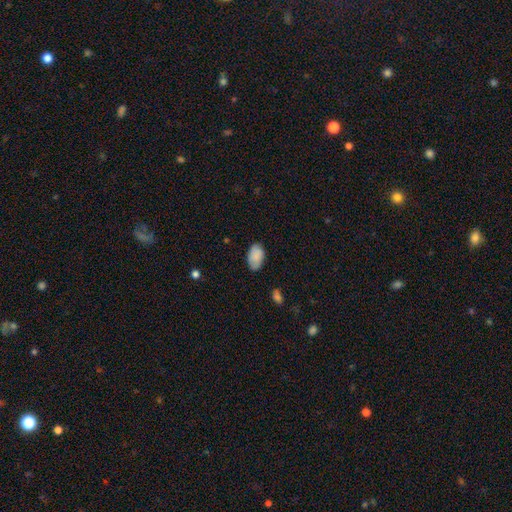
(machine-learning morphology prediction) Q: Smooth or featured?
A: smooth (87%); runner-up: star or artifact (7%)
Q: How rounded?
A: in between (93%); runner-up: round (6%)
Q: Merging?
A: none (77%); runner-up: minor disturbance (19%)